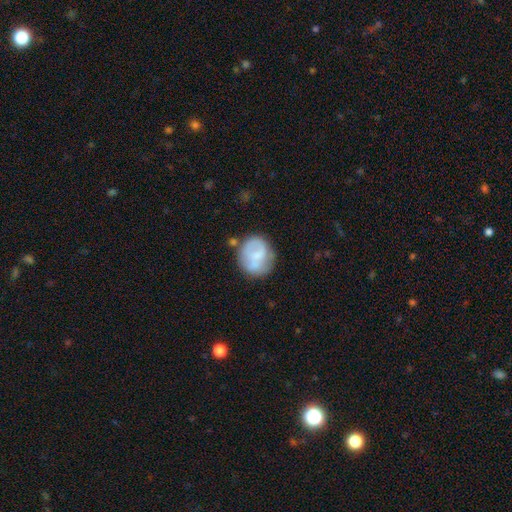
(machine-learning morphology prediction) Smooth or featured? smooth (56%)
How rounded? round (73%)
Merging? none (58%)